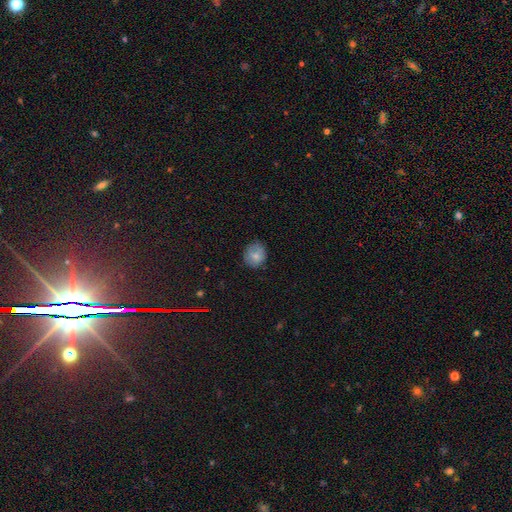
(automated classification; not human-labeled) The model was most divided on "how rounded": round: 75%, in between: 24%, cigar-shaped: 1%. More confident: smooth or featured — smooth (78%); merging — none (76%).